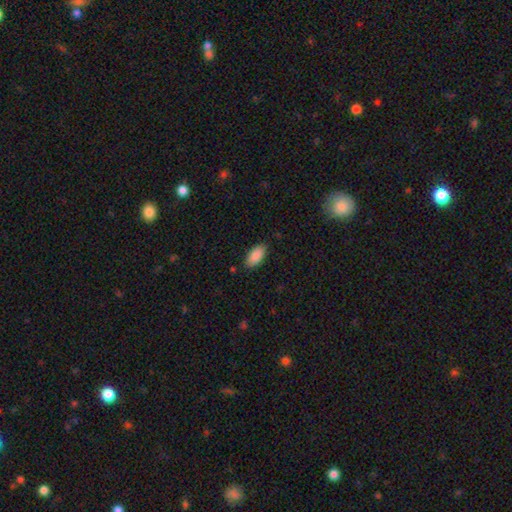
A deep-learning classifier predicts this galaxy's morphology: The model was most divided on "merging": none: 86%, minor disturbance: 11%, major disturbance: 2%, merger: 1%. More confident: how rounded — in between (91%); smooth or featured — smooth (90%).